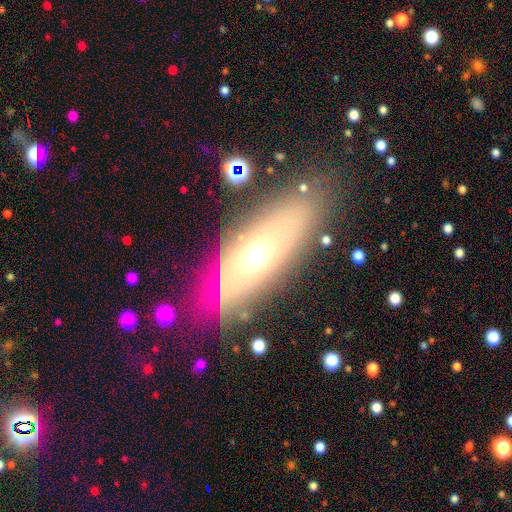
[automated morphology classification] The model was most divided on "smooth or featured": featured or disk: 48%, smooth: 38%, star or artifact: 14%. More confident: merging — none (72%).